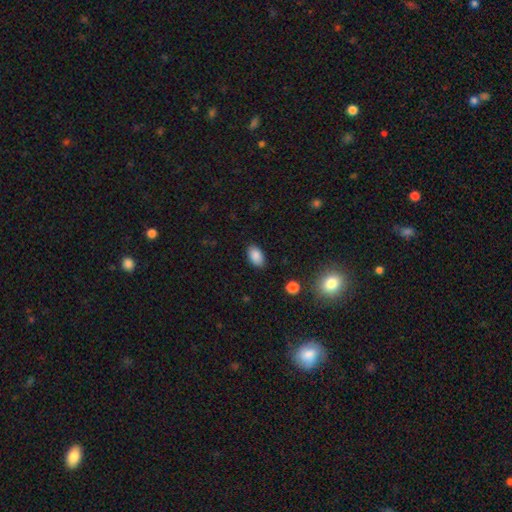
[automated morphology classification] This appears to be a smooth galaxy with no disk features (87%) that is in between round and cigar-shaped (92%). Merging: none (85%).